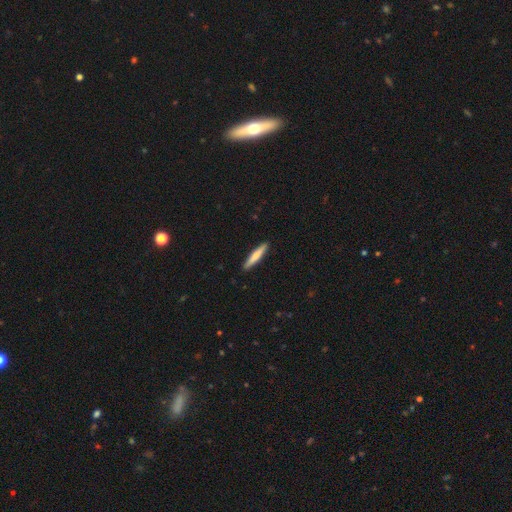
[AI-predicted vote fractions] Smooth or featured? smooth (71%)
How rounded? cigar-shaped (93%)
Merging? none (91%)